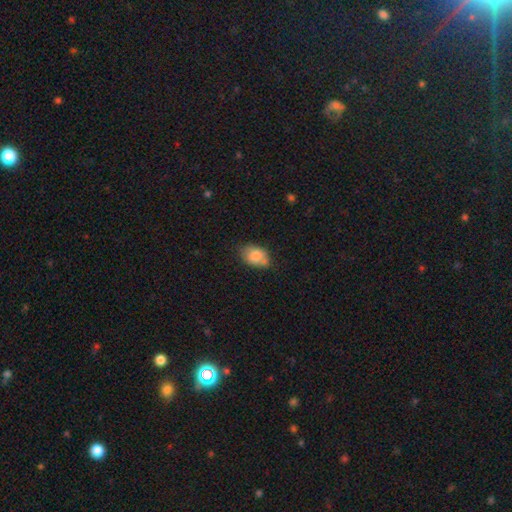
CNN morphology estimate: A smooth galaxy with no disk features (81%) that is in between round and cigar-shaped (80%). Merging: none (59%).